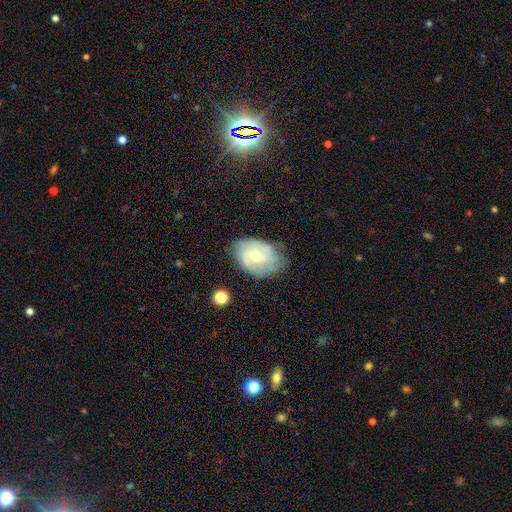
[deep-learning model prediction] This is likely a featured or disk galaxy (71%). It is clearly not viewed edge-on (97%). Bar: likely no (69%). Spiral arm pattern: clearly yes (87%). Spiral arm count: marginally can't tell (37%). Spiral winding: possibly tight (50%). Central bulge: possibly small (54%). Merging: likely none (65%).